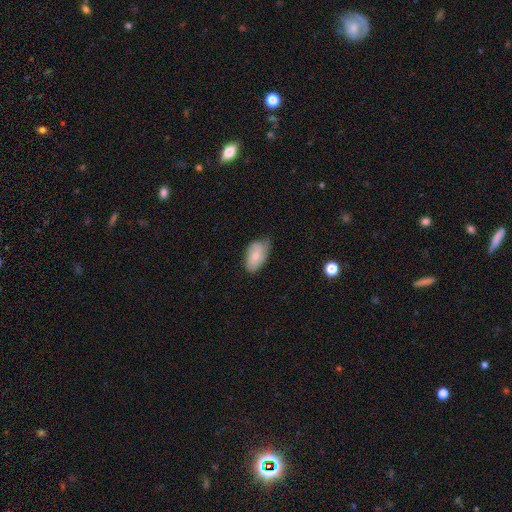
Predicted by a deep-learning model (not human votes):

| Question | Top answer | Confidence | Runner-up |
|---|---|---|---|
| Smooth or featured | smooth | 67% | featured or disk (26%) |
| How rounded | in between | 92% | round (5%) |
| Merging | none | 52% | minor disturbance (38%) |